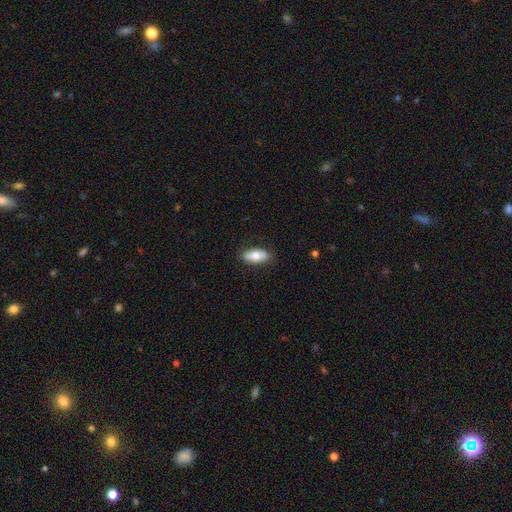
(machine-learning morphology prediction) smooth 66%, featured or disk 28%, star or artifact 6%. Down the decision tree: how rounded — in between (87%); merging — none (83%).